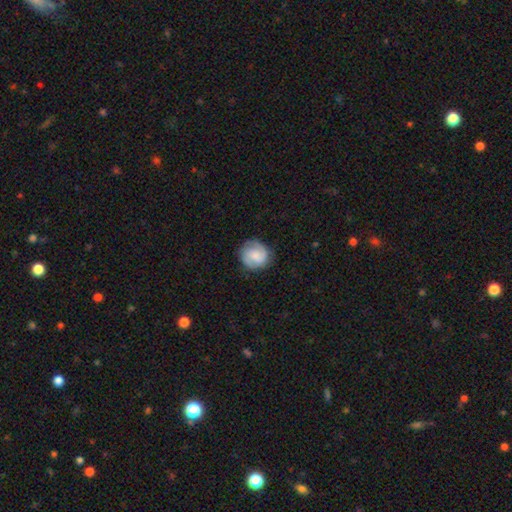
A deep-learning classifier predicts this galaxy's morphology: type=smooth (54%); roundness=round (87%); merging=none (79%).